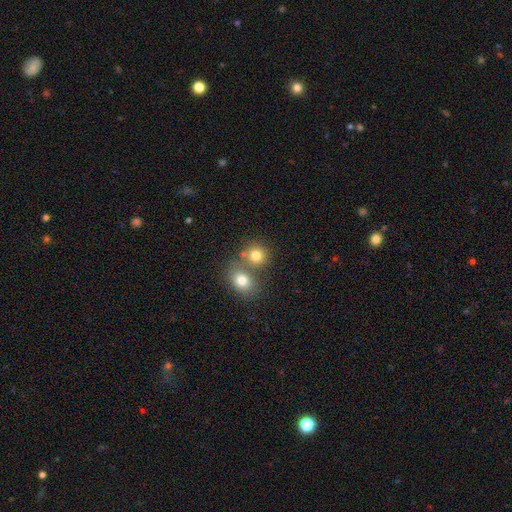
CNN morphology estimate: smooth-or-featured: smooth: 79% | star or artifact: 11% | featured or disk: 10%
  how-rounded: round: 79% | in between: 20% | cigar-shaped: 1%
  merging: none: 49% | merger: 41% | minor disturbance: 8% | major disturbance: 3%